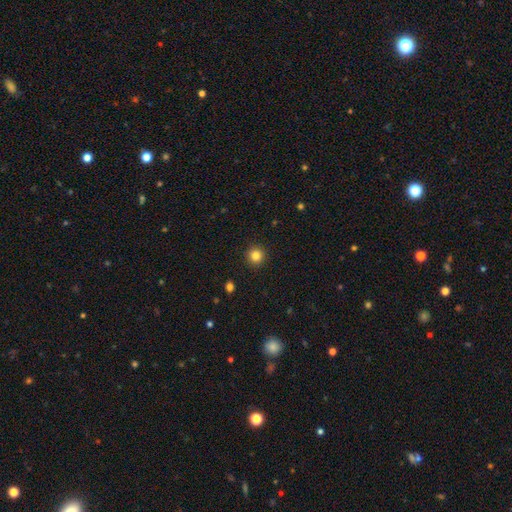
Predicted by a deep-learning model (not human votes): The model was most divided on "smooth or featured": smooth: 83%, star or artifact: 12%, featured or disk: 5%. More confident: how rounded — round (95%); merging — none (93%).